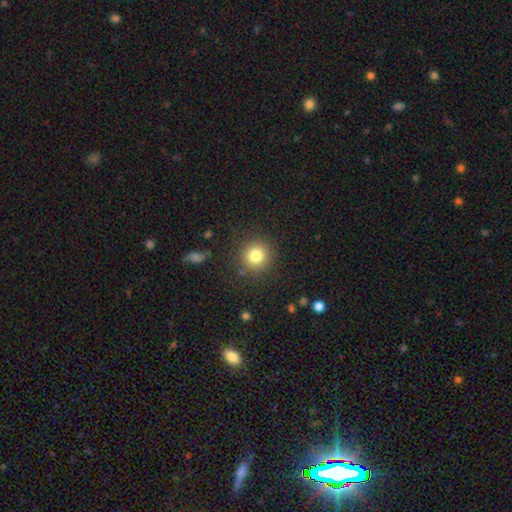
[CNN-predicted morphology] smooth_or_featured: smooth (p=0.81) [alt: star or artifact p=0.11]
how_rounded: round (p=0.91) [alt: in between p=0.08]
merging: none (p=0.87) [alt: minor disturbance p=0.08]